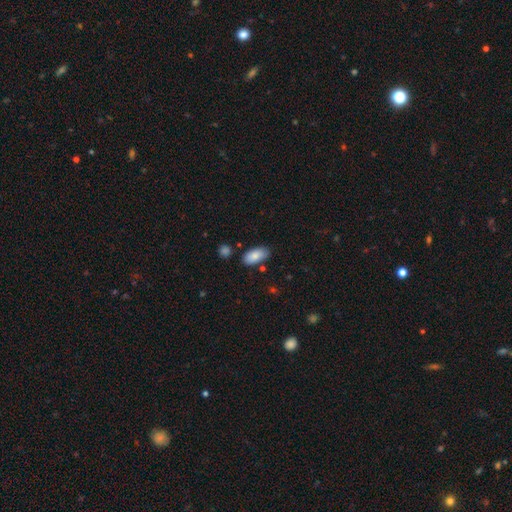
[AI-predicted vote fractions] Morphology: type=smooth (85%); roundness=in between (92%); merging=none (79%).